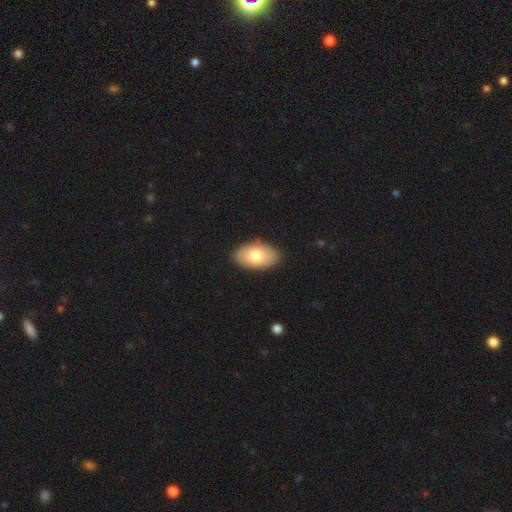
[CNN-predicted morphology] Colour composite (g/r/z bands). It shows a smooth galaxy with no disk features (74%) that is in between round and cigar-shaped (93%). Merging: none (88%).